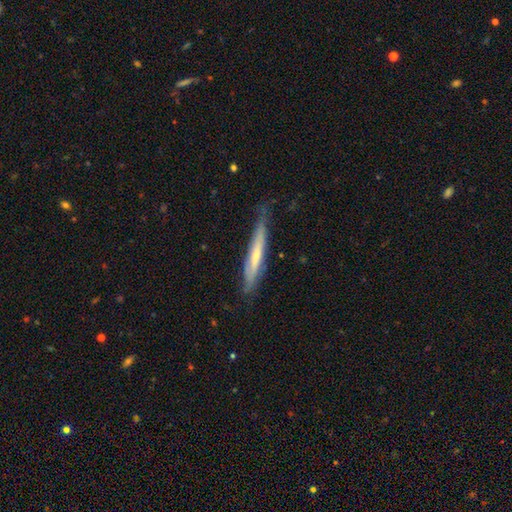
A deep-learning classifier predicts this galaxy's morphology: featured or disk 55%, smooth 40%, star or artifact 6%. Down the decision tree: edge-on disk — yes (83%); merging — none (69%).